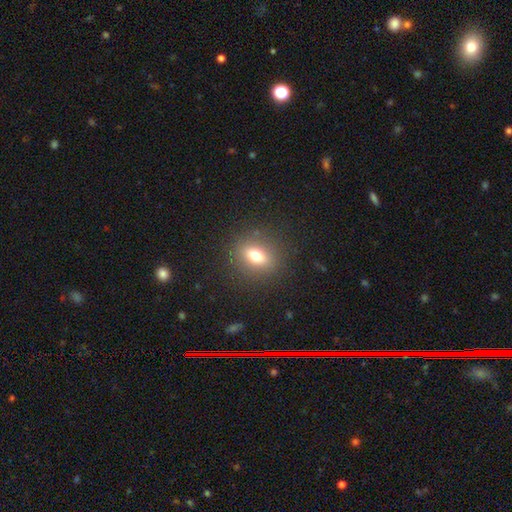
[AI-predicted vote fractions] Morphology: type=smooth (71%); roundness=in between (52%); merging=none (88%).